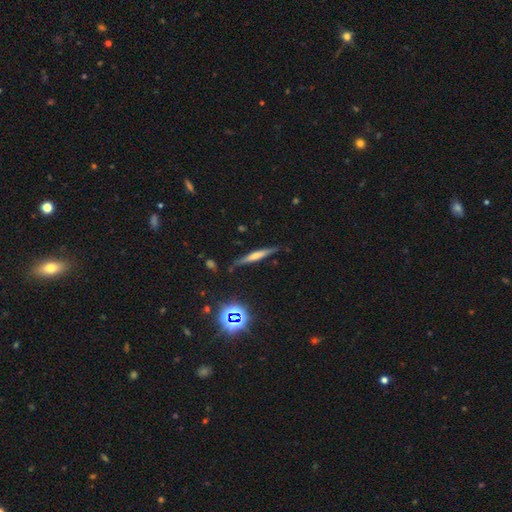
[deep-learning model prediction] This appears to be a featured or disk galaxy (52%) viewed edge-on (95%). Merging: none (84%).